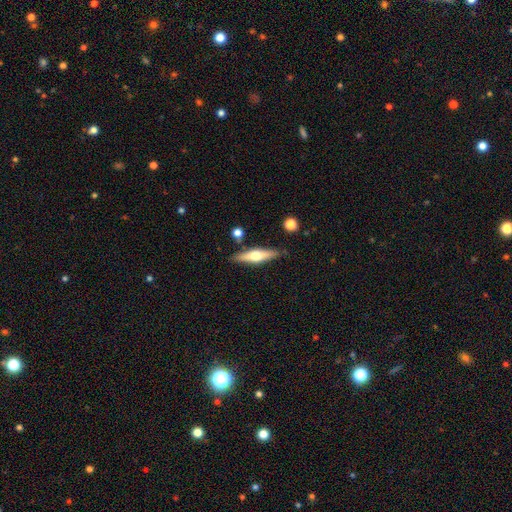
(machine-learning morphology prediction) featured or disk 56%, smooth 38%, star or artifact 6%. Down the decision tree: edge-on disk — yes (94%); edge-on bulge — rounded (92%); merging — none (83%).